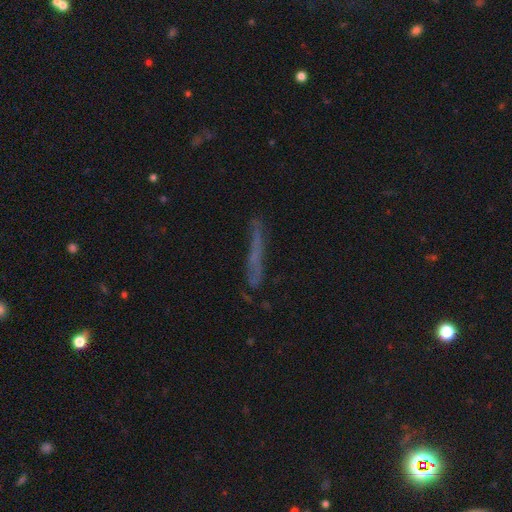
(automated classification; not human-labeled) Smooth or featured? smooth (45%)
Merging? none (73%)